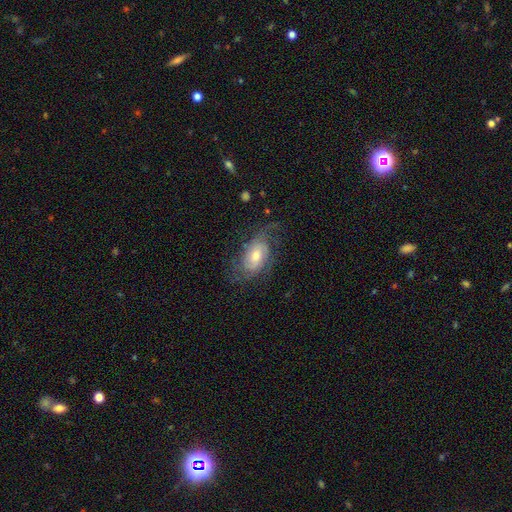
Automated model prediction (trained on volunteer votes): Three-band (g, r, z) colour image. It shows a featured or disk galaxy (75%) with no bar (60%), 2 (34%) medium (40%) spiral arms (91%) and a moderate central bulge (61%). Merging: none (62%).